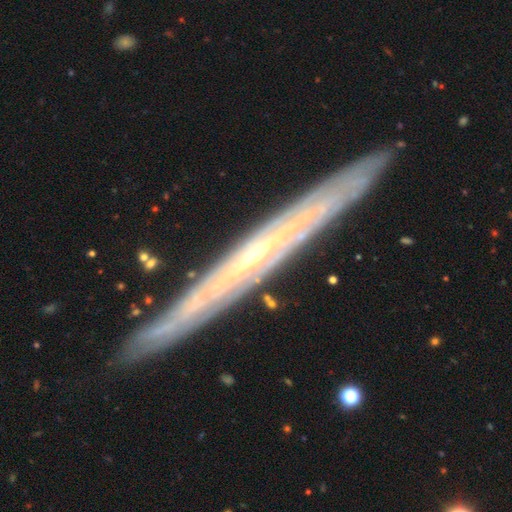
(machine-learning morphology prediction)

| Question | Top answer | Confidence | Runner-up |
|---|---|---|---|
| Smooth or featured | featured or disk | 79% | smooth (14%) |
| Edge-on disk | yes | 88% | no (12%) |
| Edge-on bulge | none | 58% | rounded (40%) |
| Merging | none | 88% | minor disturbance (9%) |